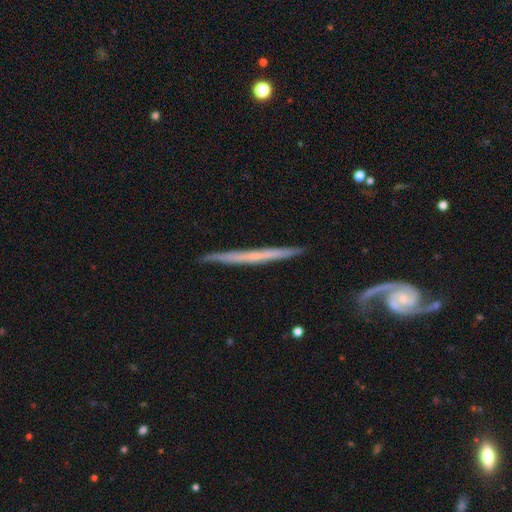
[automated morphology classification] A featured or disk galaxy (67%) viewed edge-on (88%) with no central bulge (84%).

Vote fractions:
- Smooth or featured? featured or disk: 67% / smooth: 28% / star or artifact: 5%
- Edge-on disk? yes: 88% / no: 12%
- Edge-on bulge? none: 84% / rounded: 12% / boxy: 4%
- Merging? none: 84% / minor disturbance: 10% / major disturbance: 3% / merger: 2%